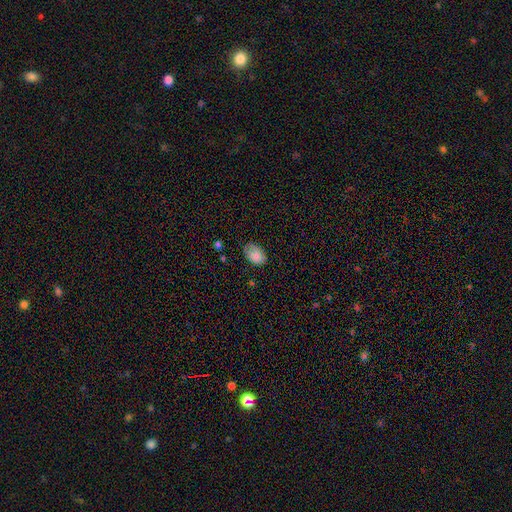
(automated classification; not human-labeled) Morphology: type=smooth (82%); roundness=in between (86%); merging=none (63%).